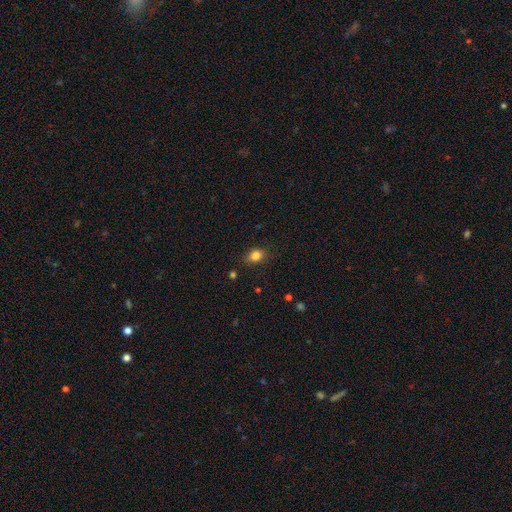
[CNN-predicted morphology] type=smooth (83%); roundness=in between (63%); merging=none (80%).